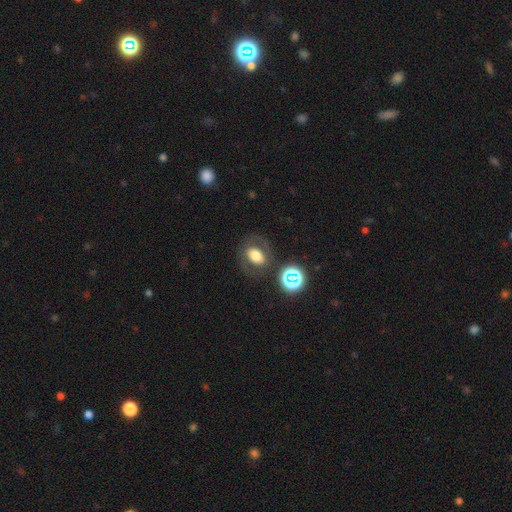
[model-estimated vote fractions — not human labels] Q: Smooth or featured?
A: smooth (47%); runner-up: featured or disk (39%)
Q: Merging?
A: none (71%); runner-up: minor disturbance (14%)